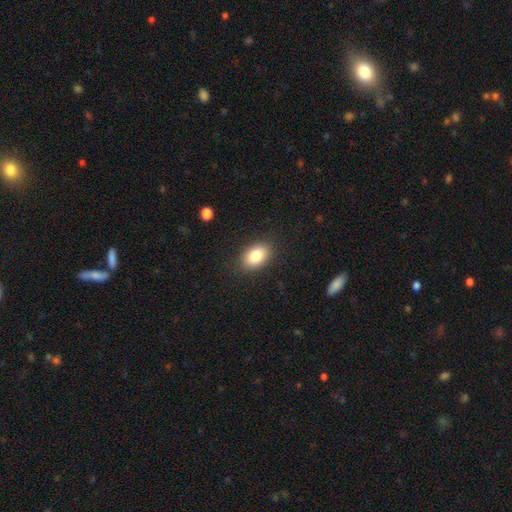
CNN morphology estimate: A smooth galaxy with no disk features (84%) that is in between round and cigar-shaped (87%).

Vote fractions:
- Smooth or featured? smooth: 84% / featured or disk: 8% / star or artifact: 8%
- How rounded? in between: 87% / round: 12% / cigar-shaped: 1%
- Merging? none: 86% / minor disturbance: 10% / major disturbance: 3% / merger: 1%